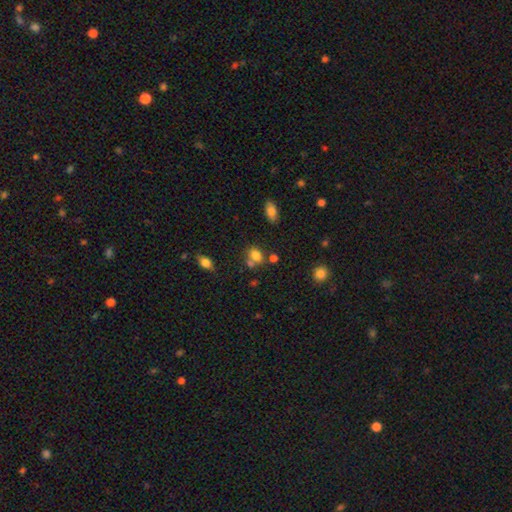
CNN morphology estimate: Smooth or featured?
  - smooth: 75% *
  - star or artifact: 14%
  - featured or disk: 11%
How rounded?
  - in between: 67% *
  - round: 31%
  - cigar-shaped: 2%
Merging?
  - none: 48% *
  - merger: 32%
  - minor disturbance: 14%
  - major disturbance: 6%